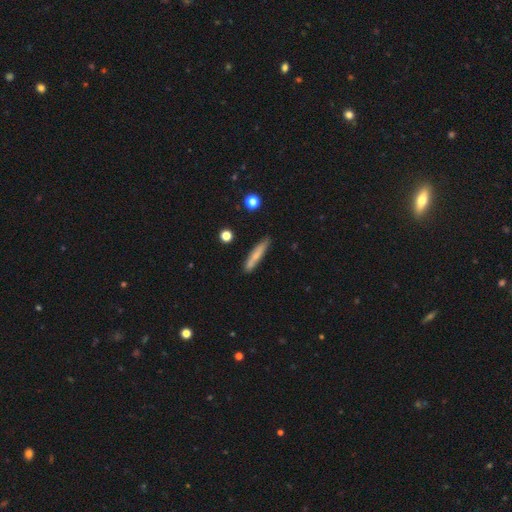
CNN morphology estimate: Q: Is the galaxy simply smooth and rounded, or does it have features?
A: smooth — 68%.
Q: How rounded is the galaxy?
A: cigar-shaped — 91%.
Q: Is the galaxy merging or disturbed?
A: none — 81%.